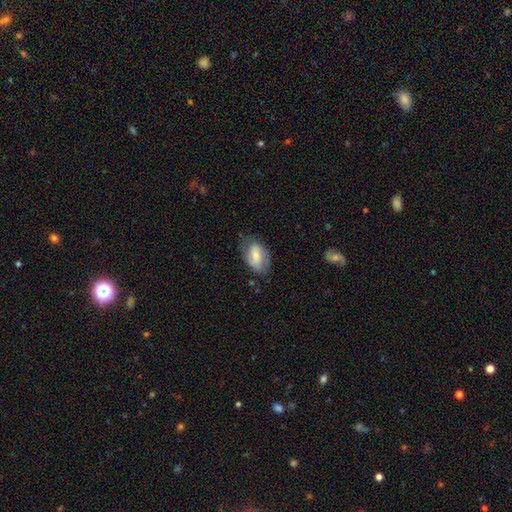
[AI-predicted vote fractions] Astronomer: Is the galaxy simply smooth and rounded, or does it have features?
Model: smooth — 54% (runner-up: featured or disk, 40%).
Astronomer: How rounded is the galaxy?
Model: in between — 90%.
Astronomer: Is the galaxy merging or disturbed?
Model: none — 66%.